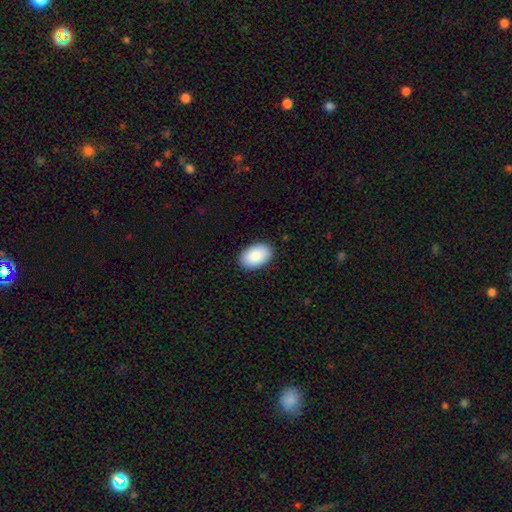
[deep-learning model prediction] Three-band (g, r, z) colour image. It shows a smooth galaxy with no disk features (90%) that is in between round and cigar-shaped (93%). Merging: none (90%).